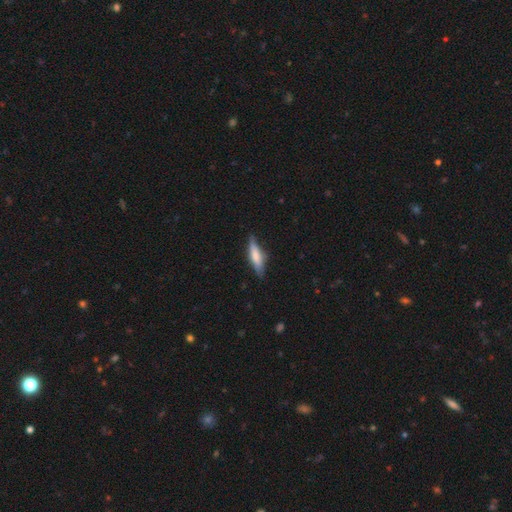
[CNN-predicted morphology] The model was most divided on "smooth or featured": smooth: 61%, featured or disk: 33%, star or artifact: 6%. More confident: merging — none (79%); how rounded — cigar-shaped (69%).